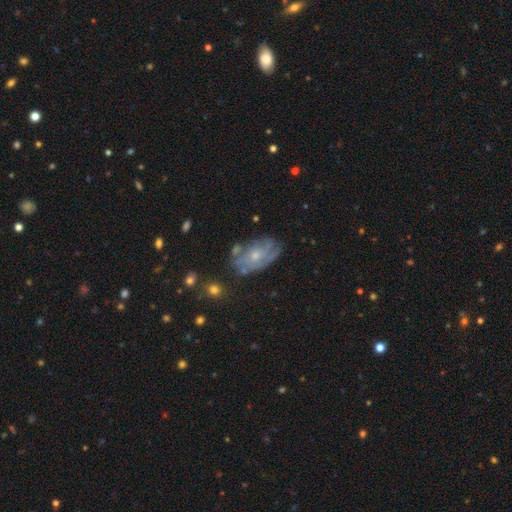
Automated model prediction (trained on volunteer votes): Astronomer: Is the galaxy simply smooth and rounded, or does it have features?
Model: featured or disk — 65%.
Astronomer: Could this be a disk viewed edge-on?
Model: no — 94%.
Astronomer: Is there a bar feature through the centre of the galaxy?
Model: no — 82%.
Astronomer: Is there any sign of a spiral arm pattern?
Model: yes — 69%.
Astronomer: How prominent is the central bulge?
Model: small — 58% (runner-up: moderate, 37%).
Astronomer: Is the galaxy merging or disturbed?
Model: none — 57%.